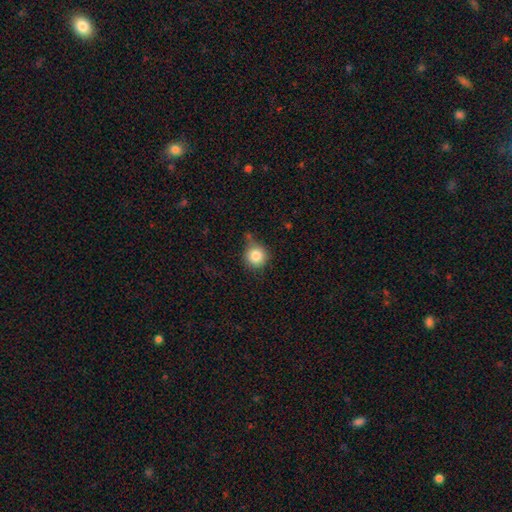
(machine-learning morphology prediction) A smooth galaxy with no disk features (84%) that is round (93%). Merging: none (65%).